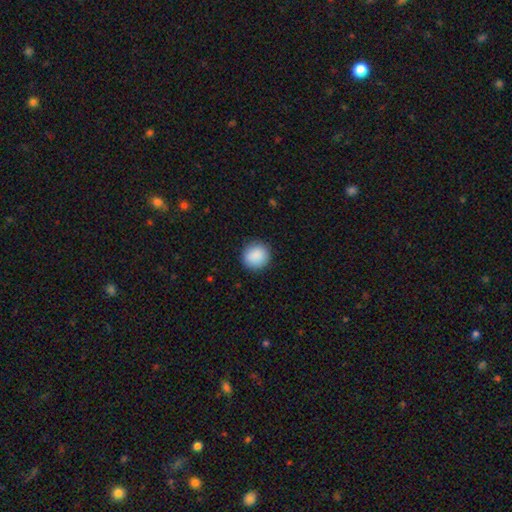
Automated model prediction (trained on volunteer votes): This is clearly a smooth galaxy (90%). How rounded: clearly round (90%). Merging: clearly none (90%).